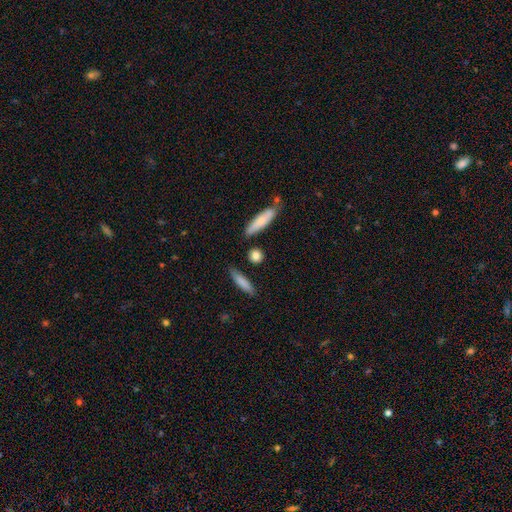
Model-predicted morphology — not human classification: smooth-or-featured: smooth: 81% | featured or disk: 12% | star or artifact: 7%
  how-rounded: cigar-shaped: 44% | round: 29% | in between: 27%
  merging: none: 82% | minor disturbance: 11% | merger: 5% | major disturbance: 3%